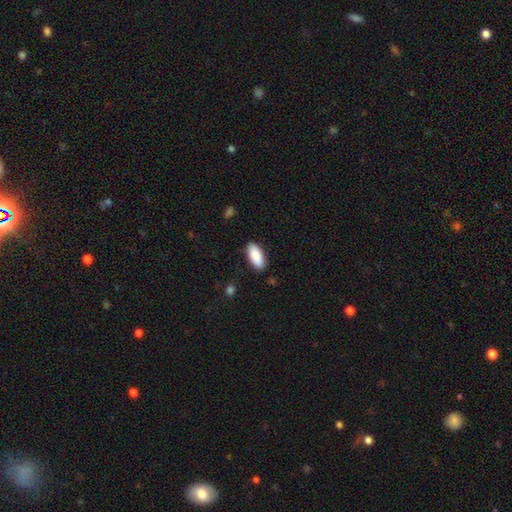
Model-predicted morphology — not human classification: This appears to be a smooth galaxy with no disk features (89%) that is in between round and cigar-shaped (88%). Merging: none (87%).